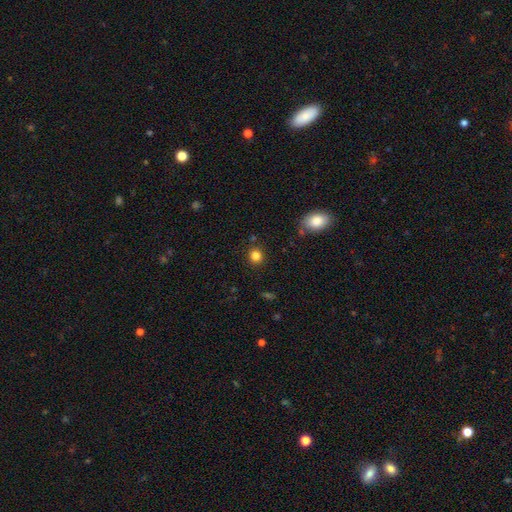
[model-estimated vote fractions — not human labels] Overall: smooth (83%). How rounded: round (82%). Merging: none (87%).